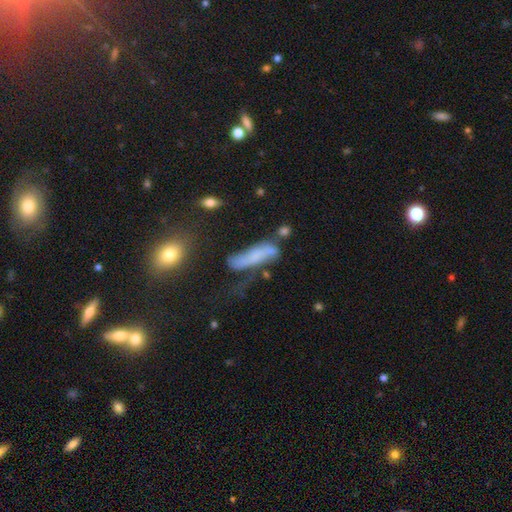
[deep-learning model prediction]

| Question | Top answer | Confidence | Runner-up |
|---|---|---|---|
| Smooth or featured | smooth | 47% | featured or disk (42%) |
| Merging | none | 33% | major disturbance (28%) |